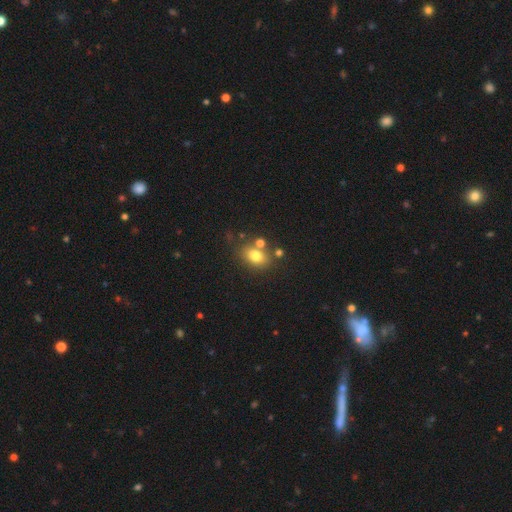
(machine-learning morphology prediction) type=smooth (76%); roundness=in between (69%); merging=none (64%).